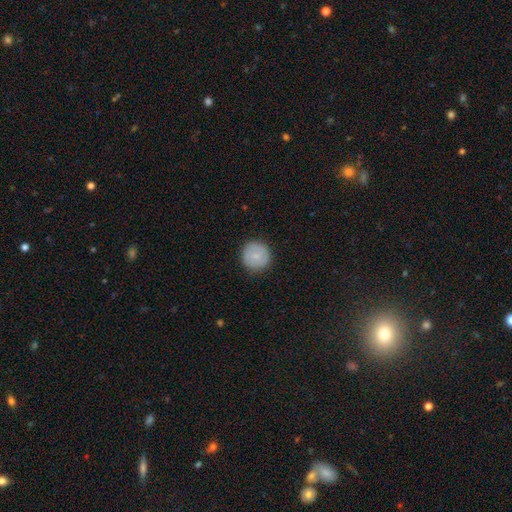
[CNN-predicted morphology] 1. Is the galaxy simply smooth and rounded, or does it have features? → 79% smooth, 15% featured or disk, 7% star or artifact.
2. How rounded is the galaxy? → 95% round, 4% in between, 1% cigar-shaped.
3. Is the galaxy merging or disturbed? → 88% none, 9% minor disturbance, 2% major disturbance, 1% merger.